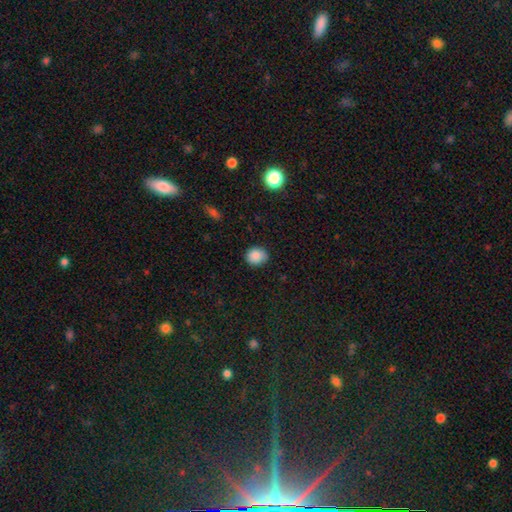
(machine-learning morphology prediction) Smooth or featured: smooth — 87% (star or artifact — 9%)
How rounded: round — 75% (in between — 24%)
Merging: none — 79% (minor disturbance — 17%)